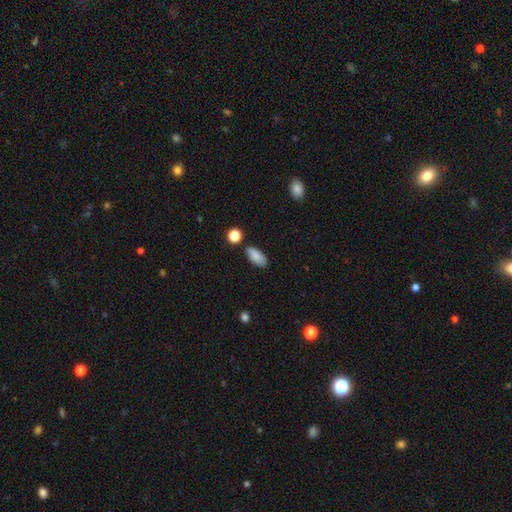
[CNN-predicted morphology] Smooth or featured?
  - smooth: 86% *
  - star or artifact: 7%
  - featured or disk: 7%
How rounded?
  - in between: 90% *
  - cigar-shaped: 7%
  - round: 3%
Merging?
  - none: 82% *
  - minor disturbance: 12%
  - merger: 4%
  - major disturbance: 3%